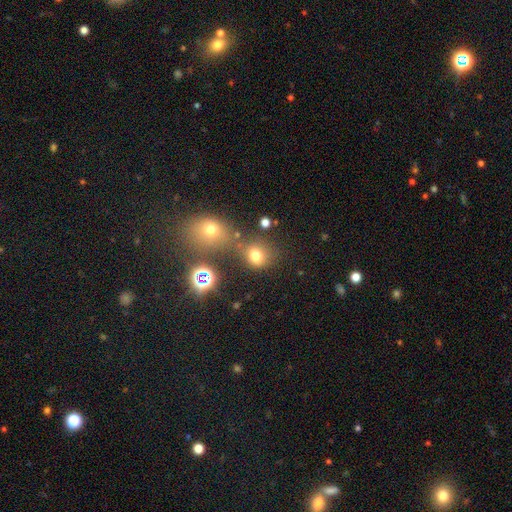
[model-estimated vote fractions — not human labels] This appears to be a smooth galaxy with no disk features (70%) that is round (72%). Merging: none (60%).